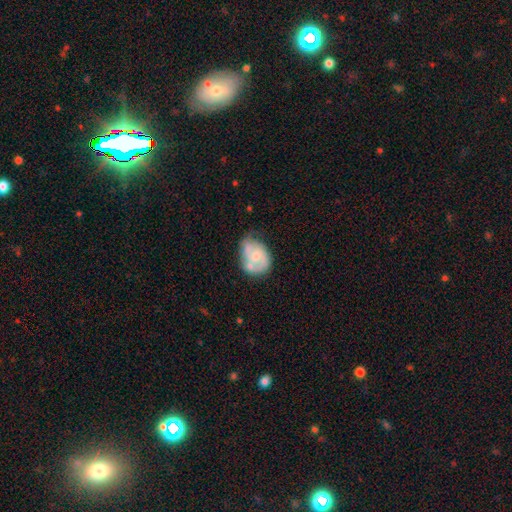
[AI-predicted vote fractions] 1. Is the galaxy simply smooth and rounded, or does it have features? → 60% featured or disk, 33% smooth, 6% star or artifact.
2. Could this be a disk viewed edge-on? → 97% no, 3% yes.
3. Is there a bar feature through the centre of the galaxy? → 69% no, 27% weak, 4% strong.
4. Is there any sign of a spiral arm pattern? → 71% yes, 29% no.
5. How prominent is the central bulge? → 49% moderate, 40% small, 7% none, 3% large, 1% dominant.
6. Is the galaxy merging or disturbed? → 41% none, 31% minor disturbance, 15% merger, 14% major disturbance.